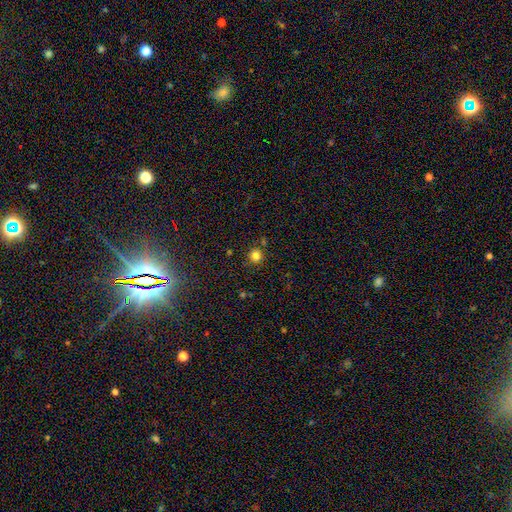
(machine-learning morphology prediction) This appears to be a smooth galaxy with no disk features (81%) that is round (94%). Merging: none (85%).